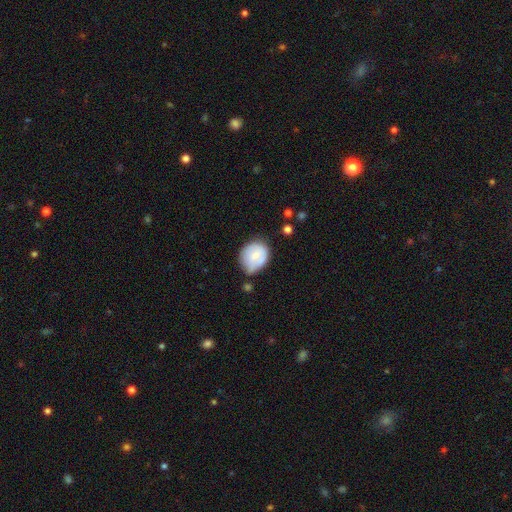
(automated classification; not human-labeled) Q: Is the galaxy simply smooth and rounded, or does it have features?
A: smooth — 71%.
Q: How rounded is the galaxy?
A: round — 62%.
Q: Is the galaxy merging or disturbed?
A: none — 47%.